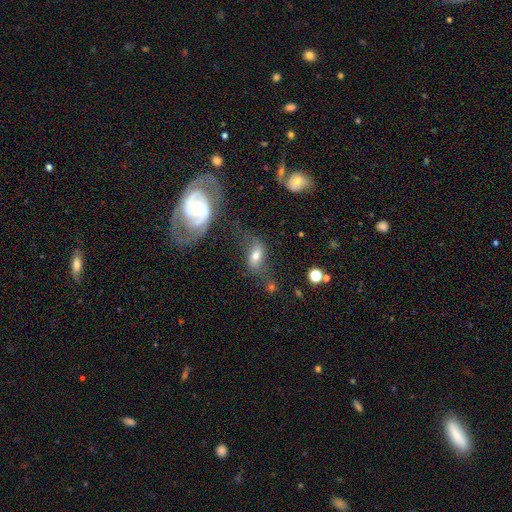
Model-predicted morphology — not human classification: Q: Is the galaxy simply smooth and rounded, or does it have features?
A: smooth — 55%.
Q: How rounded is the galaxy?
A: in between — 85%.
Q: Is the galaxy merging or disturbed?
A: none — 44%.